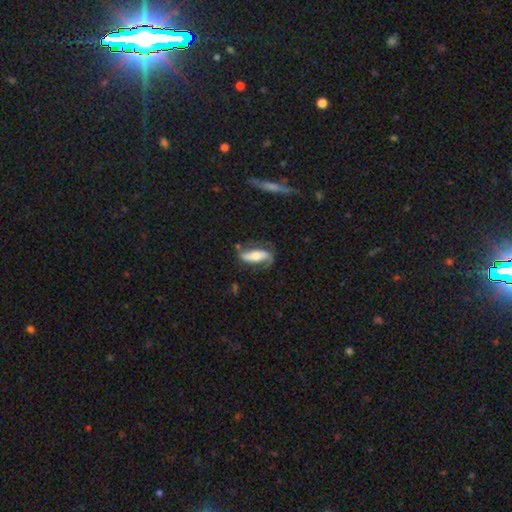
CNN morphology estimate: This appears to be a featured or disk galaxy (67%) with a strong bar (48%), spiral arms (86%) and a moderate central bulge (53%). Merging: none (63%).